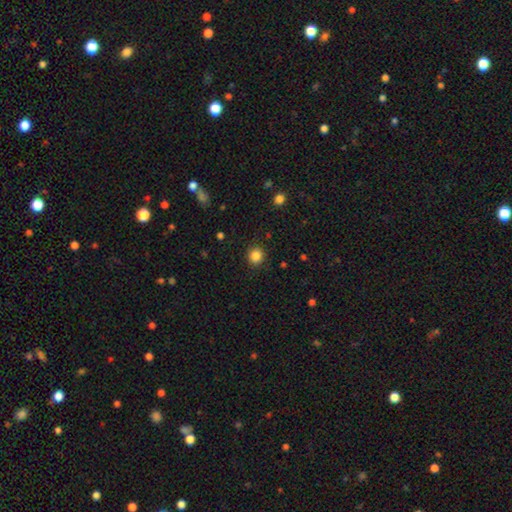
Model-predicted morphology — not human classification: This is clearly a smooth galaxy (85%). How rounded: clearly round (88%). Merging: clearly none (88%).